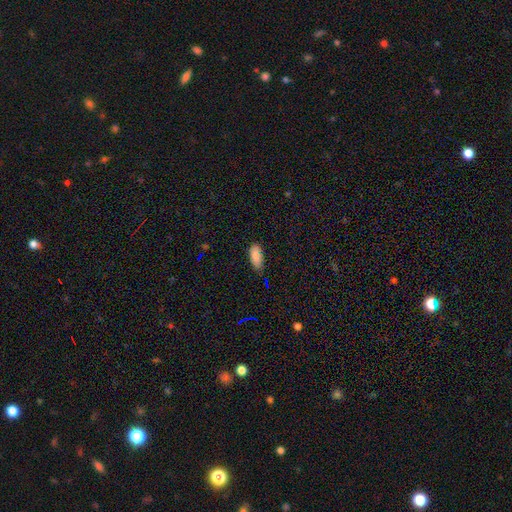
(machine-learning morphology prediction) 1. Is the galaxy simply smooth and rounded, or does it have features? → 87% smooth, 8% star or artifact, 5% featured or disk.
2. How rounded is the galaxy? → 85% in between, 13% cigar-shaped, 2% round.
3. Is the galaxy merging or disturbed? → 72% none, 23% minor disturbance, 3% major disturbance, 1% merger.